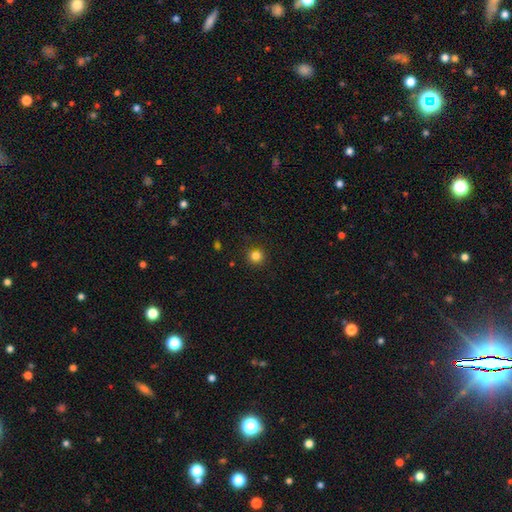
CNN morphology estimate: A smooth galaxy with no disk features (83%) that is round (93%). Merging: none (90%).